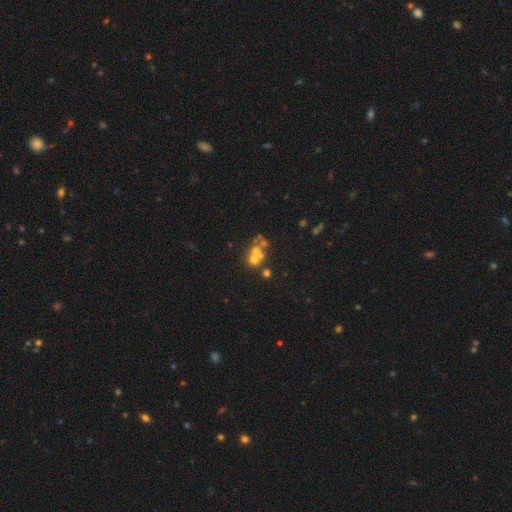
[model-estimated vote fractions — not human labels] A smooth galaxy with no disk features (46%). Merging: merger (48%).